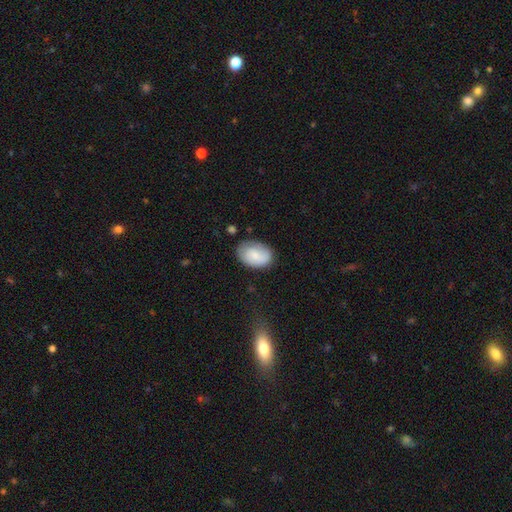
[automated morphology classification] This appears to be a smooth galaxy with no disk features (72%) that is in between round and cigar-shaped (84%). Merging: none (71%).